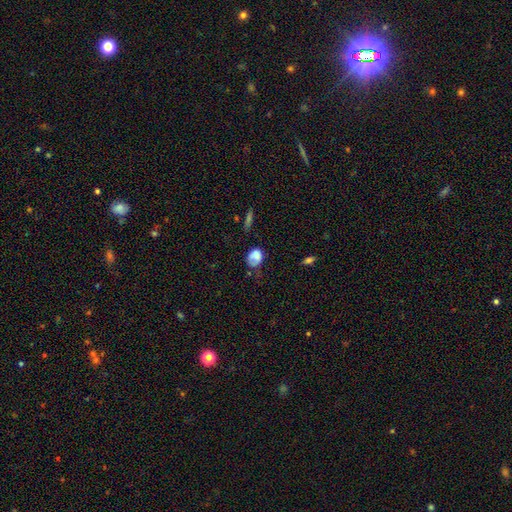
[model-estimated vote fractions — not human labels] A smooth galaxy with no disk features (73%) that is in between round and cigar-shaped (59%). Merging: none (36%).